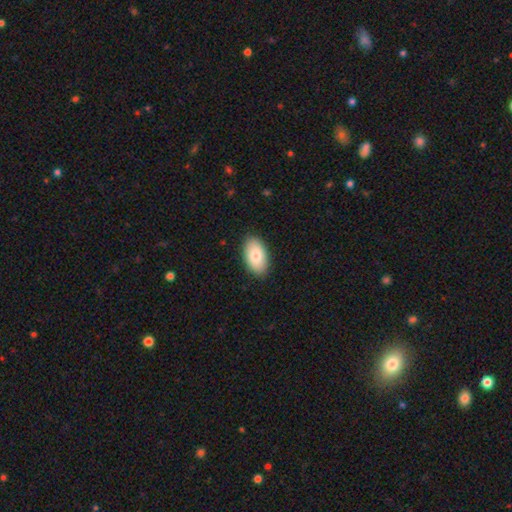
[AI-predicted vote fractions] Smooth or featured? smooth (82%)
How rounded? in between (95%)
Merging? none (88%)